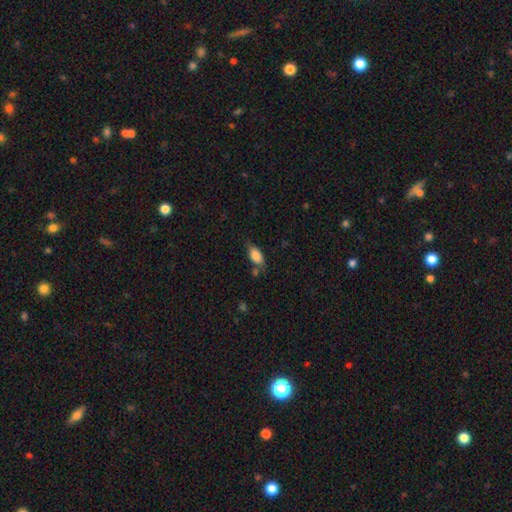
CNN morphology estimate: Smooth or featured? smooth (82%)
How rounded? in between (88%)
Merging? none (59%)